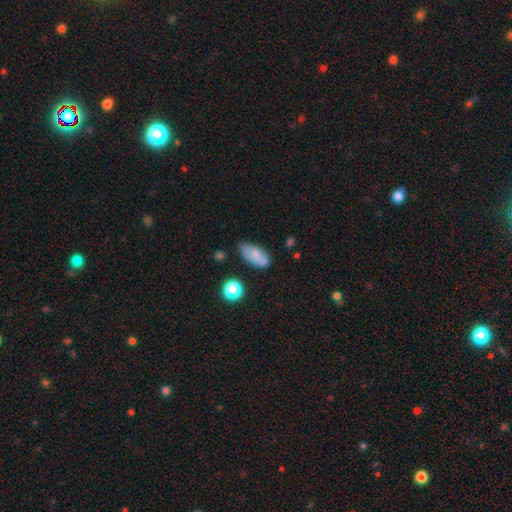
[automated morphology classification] Q: Smooth or featured?
A: smooth (72%); runner-up: featured or disk (19%)
Q: How rounded?
A: in between (89%); runner-up: cigar-shaped (7%)
Q: Merging?
A: none (64%); runner-up: minor disturbance (26%)